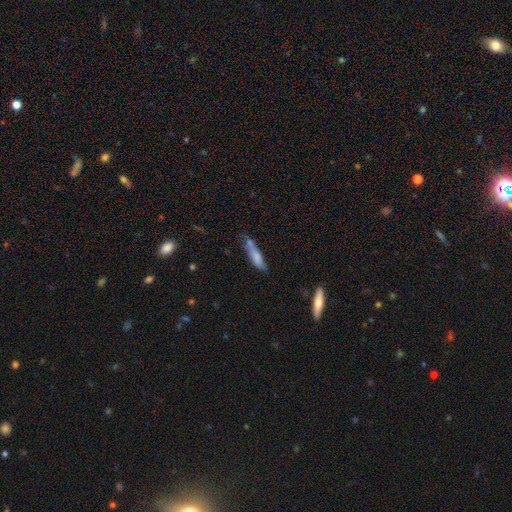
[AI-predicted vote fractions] A smooth galaxy with no disk features (72%) that is cigar-shaped (77%).

Vote fractions:
- Smooth or featured? smooth: 72% / featured or disk: 20% / star or artifact: 7%
- How rounded? cigar-shaped: 77% / in between: 21% / round: 2%
- Merging? none: 52% / minor disturbance: 28% / merger: 11% / major disturbance: 9%